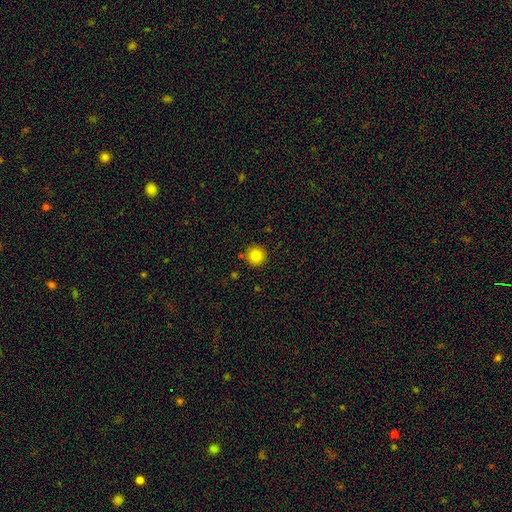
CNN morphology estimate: Overall: smooth (84%). How rounded: round (95%). Merging: none (89%).